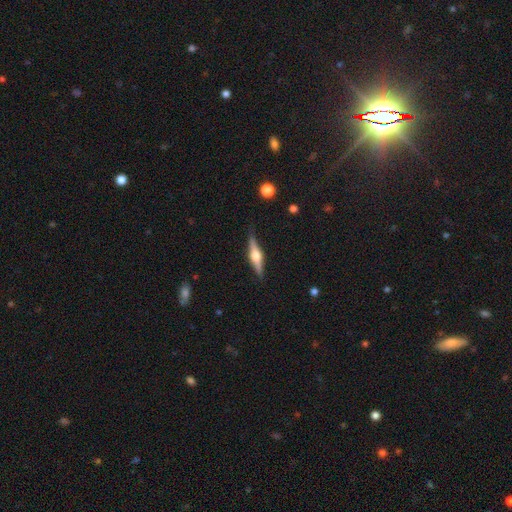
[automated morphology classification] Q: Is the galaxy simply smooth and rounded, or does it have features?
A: featured or disk — 76%.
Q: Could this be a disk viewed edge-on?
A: yes — 98%.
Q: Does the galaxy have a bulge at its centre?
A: rounded — 93%.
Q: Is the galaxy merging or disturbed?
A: none — 87%.